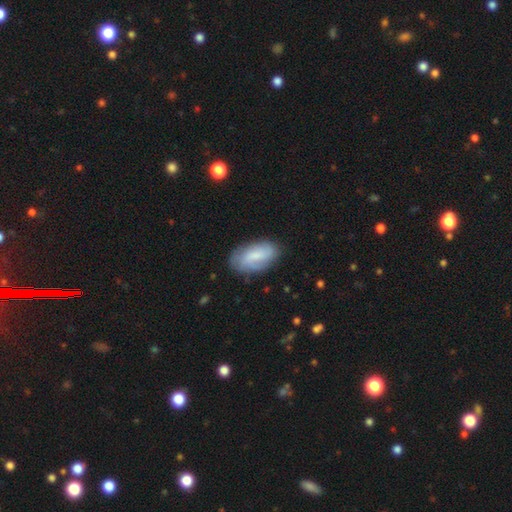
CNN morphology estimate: type=smooth (55%); roundness=in between (92%); merging=none (74%).